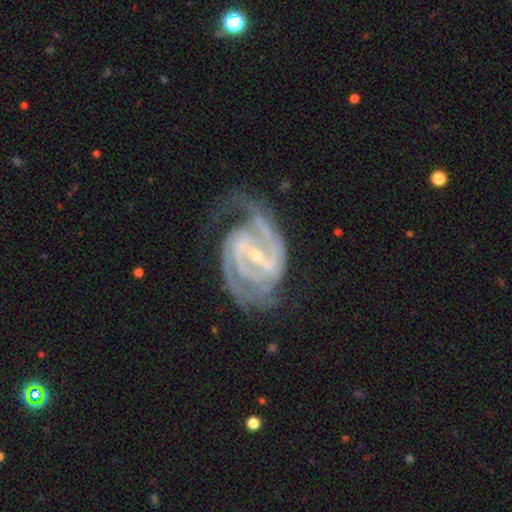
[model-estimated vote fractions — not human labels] Smooth or featured: featured or disk — 92% (star or artifact — 5%)
Edge-on disk: no — 97% (yes — 3%)
Bar: strong — 51% (weak — 37%)
Spiral arms: yes — 98% (no — 2%)
Spiral winding: tight — 52% (medium — 40%)
Spiral arm count: 2 — 65% (3 — 14%)
Bulge size: small — 69% (moderate — 27%)
Merging: none — 63% (minor disturbance — 20%)